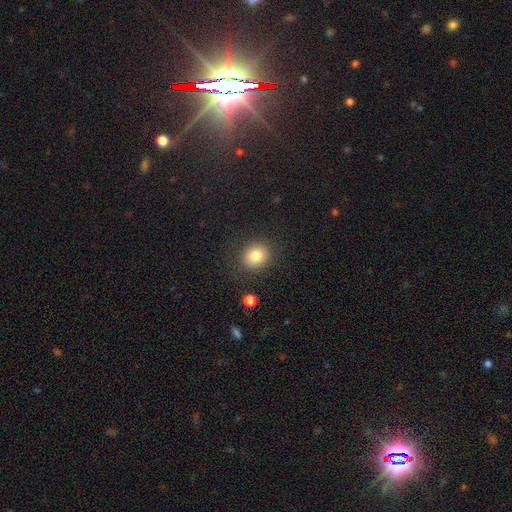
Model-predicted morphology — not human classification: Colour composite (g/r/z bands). It shows a smooth galaxy with no disk features (83%) that is round (72%). Merging: none (86%).